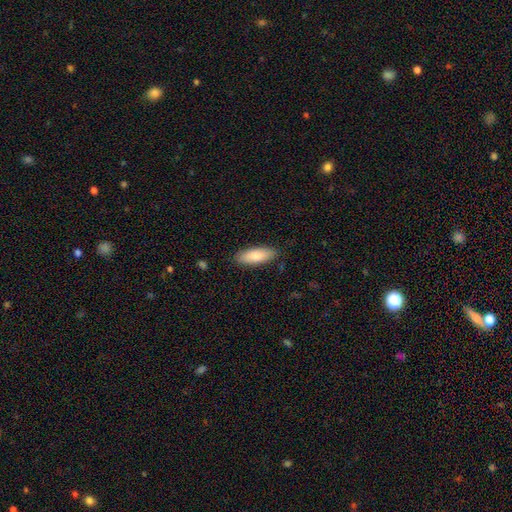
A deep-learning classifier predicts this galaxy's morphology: Smooth or featured?
  - smooth: 83% *
  - featured or disk: 12%
  - star or artifact: 6%
How rounded?
  - in between: 70% *
  - cigar-shaped: 28%
  - round: 2%
Merging?
  - none: 86% *
  - minor disturbance: 11%
  - major disturbance: 2%
  - merger: 1%